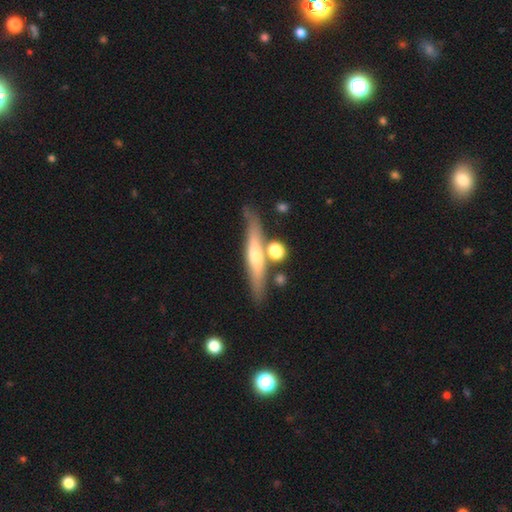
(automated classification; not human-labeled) This appears to be a featured or disk galaxy (59%) viewed edge-on (92%) with a rounded central bulge (78%). Merging: none (77%).